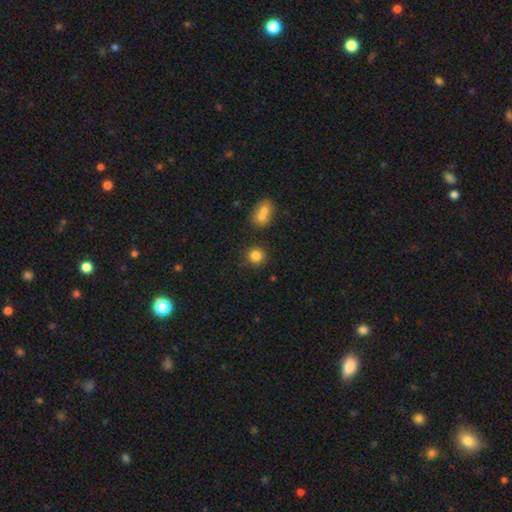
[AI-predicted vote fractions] A smooth galaxy with no disk features (83%) that is round (91%). Merging: none (83%).